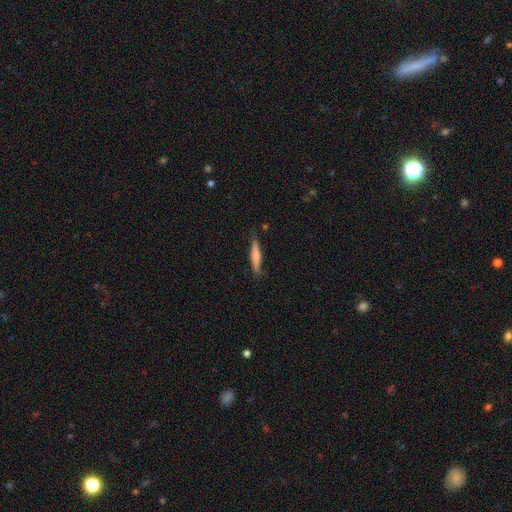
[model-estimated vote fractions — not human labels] Smooth or featured? Predicted: smooth (p=0.69). How rounded? Predicted: cigar-shaped (p=0.89). Merging? Predicted: none (p=0.80).